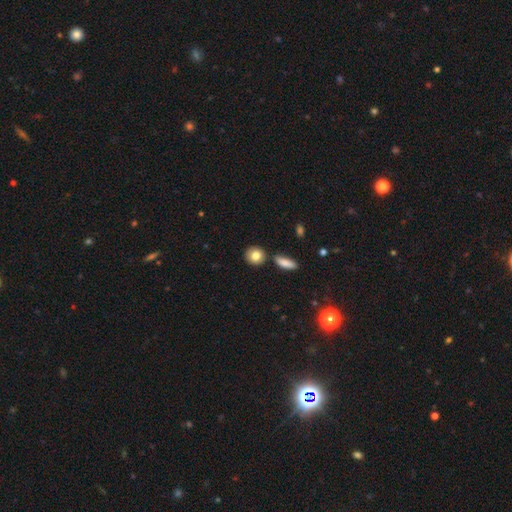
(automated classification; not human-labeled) Smooth or featured: smooth — 81% (featured or disk — 11%)
How rounded: round — 77% (in between — 21%)
Merging: none — 81% (minor disturbance — 9%)